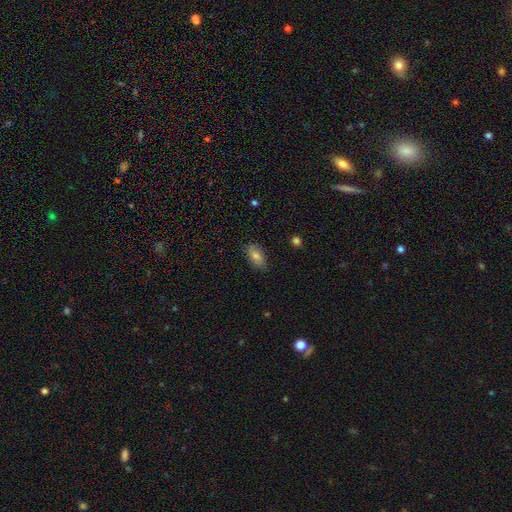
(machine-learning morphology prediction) Smooth or featured?
  - smooth: 80% *
  - featured or disk: 11%
  - star or artifact: 9%
How rounded?
  - in between: 88% *
  - cigar-shaped: 8%
  - round: 4%
Merging?
  - none: 82% *
  - minor disturbance: 14%
  - major disturbance: 3%
  - merger: 1%